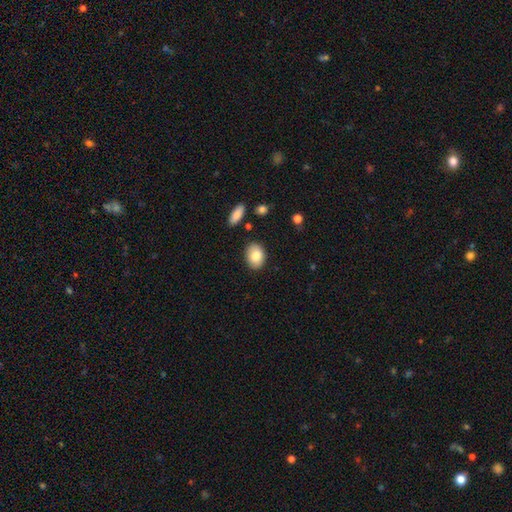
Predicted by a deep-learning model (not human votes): This is clearly a smooth galaxy (83%). How rounded: likely in between (79%). Merging: clearly none (84%).